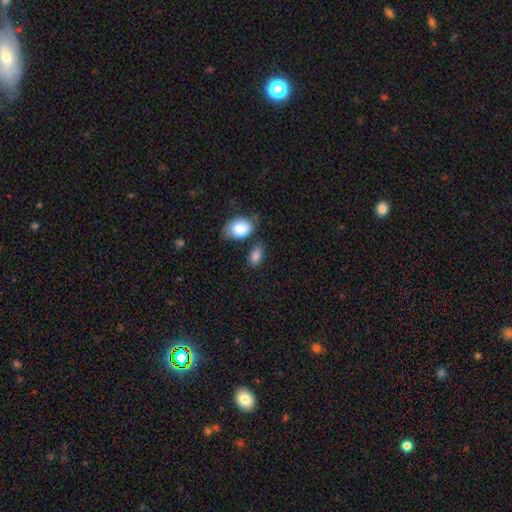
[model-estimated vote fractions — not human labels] Q: Smooth or featured?
A: smooth (86%); runner-up: star or artifact (8%)
Q: How rounded?
A: in between (87%); runner-up: round (10%)
Q: Merging?
A: none (61%); runner-up: minor disturbance (19%)